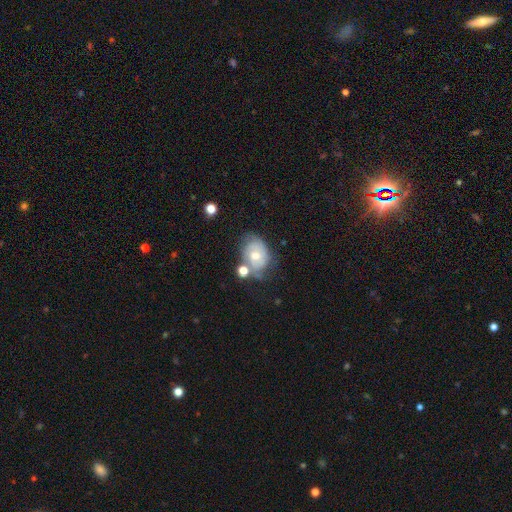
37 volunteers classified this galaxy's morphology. smooth_or_featured: featured or disk (p=0.54) [alt: smooth p=0.46]
disk_edge_on: no (p=1.00)
bar: no (p=0.85) [alt: weak p=0.15]
has_spiral_arms: yes (p=0.70) [alt: no p=0.30]
spiral_winding: tight (p=0.43) [tied with: medium p=0.43]
spiral_arm_count: 2 (p=0.57) [alt: can't tell p=0.36]
bulge_size: small (p=0.45) [alt: moderate p=0.40]
merging: none (p=0.43) [alt: minor disturbance p=0.22]